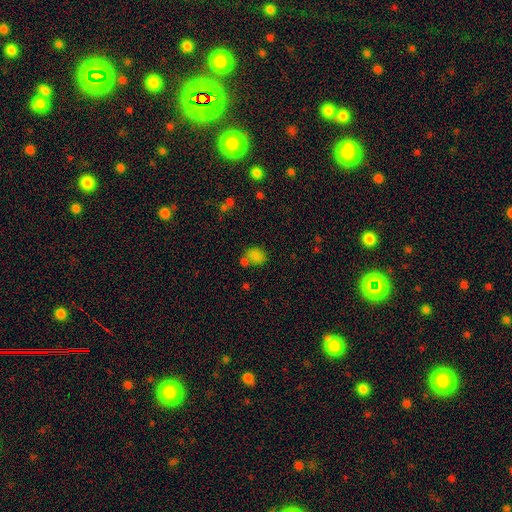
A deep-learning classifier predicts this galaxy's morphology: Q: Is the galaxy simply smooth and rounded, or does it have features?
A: smooth — 77%.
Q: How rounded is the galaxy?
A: in between — 55%.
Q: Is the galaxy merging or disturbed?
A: none — 50%.